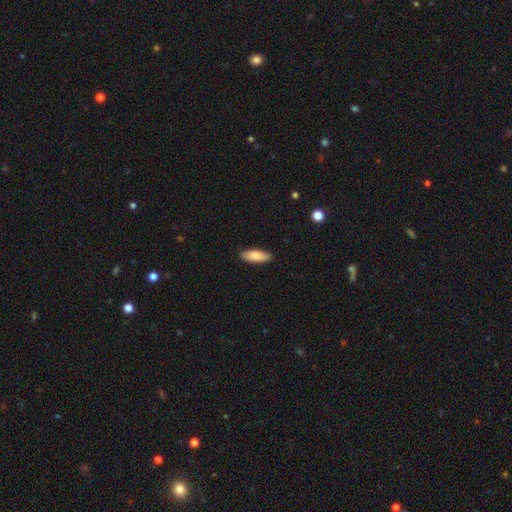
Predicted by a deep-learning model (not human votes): Morphology: type=smooth (84%); roundness=in between (64%); merging=none (88%).